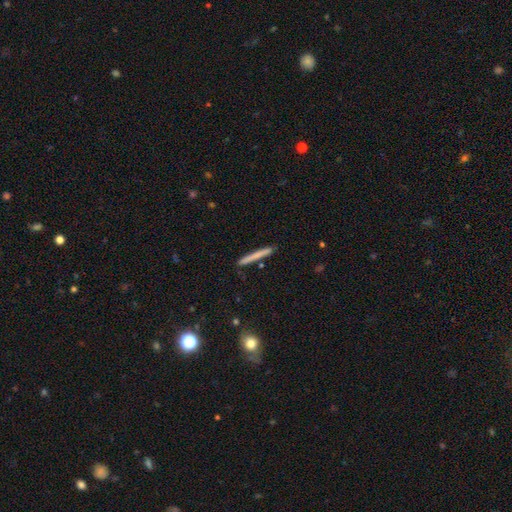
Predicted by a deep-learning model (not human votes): Smooth or featured: smooth — 67% (featured or disk — 27%)
How rounded: cigar-shaped — 97% (in between — 2%)
Merging: none — 91% (minor disturbance — 6%)